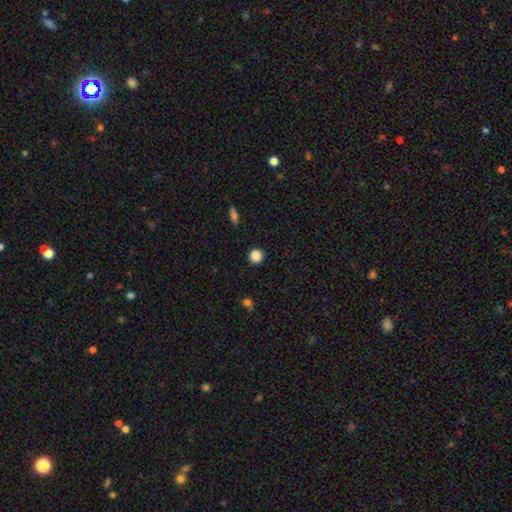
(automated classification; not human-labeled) Smooth or featured?
  - smooth: 87% *
  - star or artifact: 10%
  - featured or disk: 3%
How rounded?
  - round: 94% *
  - in between: 5%
  - cigar-shaped: 1%
Merging?
  - none: 92% *
  - minor disturbance: 5%
  - major disturbance: 2%
  - merger: 1%